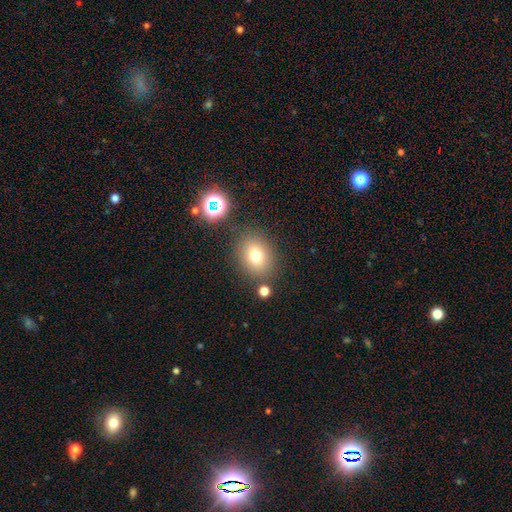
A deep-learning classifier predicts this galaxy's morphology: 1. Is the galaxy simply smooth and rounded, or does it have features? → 75% smooth, 15% star or artifact, 11% featured or disk.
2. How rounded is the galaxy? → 55% round, 44% in between, 1% cigar-shaped.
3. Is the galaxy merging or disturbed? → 81% none, 10% minor disturbance, 5% merger, 4% major disturbance.